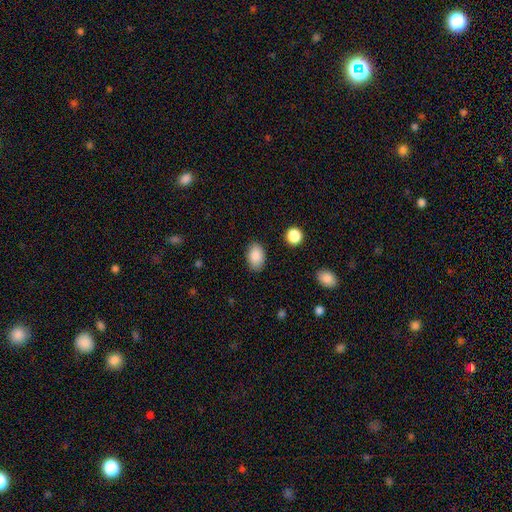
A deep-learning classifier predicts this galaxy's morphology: Q: Smooth or featured?
A: smooth (88%); runner-up: star or artifact (7%)
Q: How rounded?
A: in between (87%); runner-up: round (12%)
Q: Merging?
A: none (86%); runner-up: minor disturbance (10%)